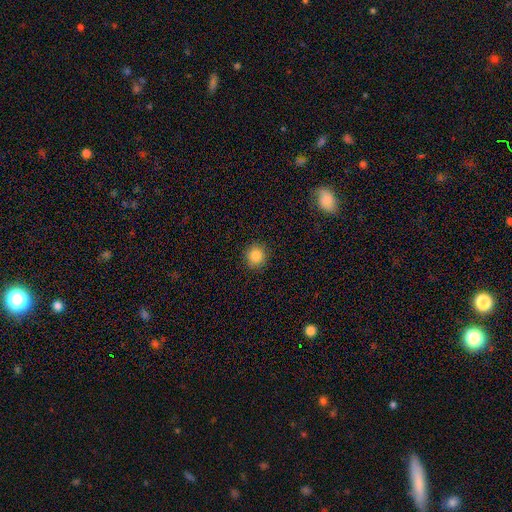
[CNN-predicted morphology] This appears to be a smooth galaxy with no disk features (85%) that is round (90%). Merging: none (90%).